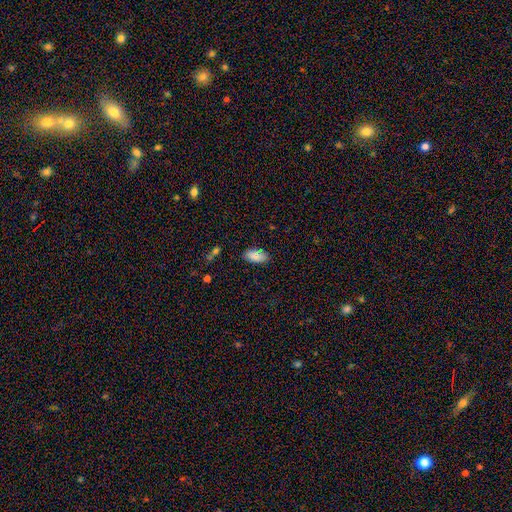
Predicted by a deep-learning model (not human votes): A smooth galaxy with no disk features (85%) that is in between round and cigar-shaped (92%). Merging: none (81%).